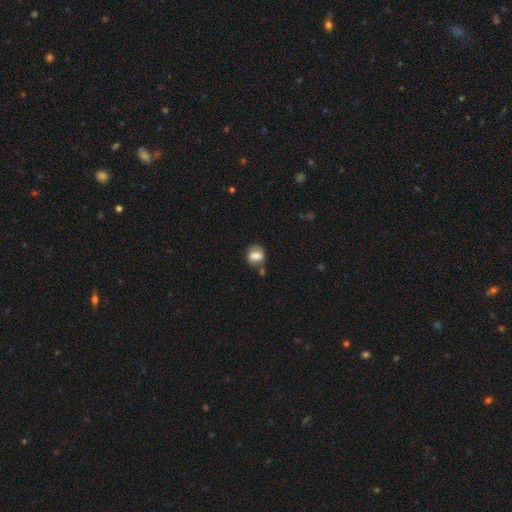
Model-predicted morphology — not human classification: This is likely a smooth galaxy (73%). How rounded: possibly in between (53%). Merging: possibly none (54%).